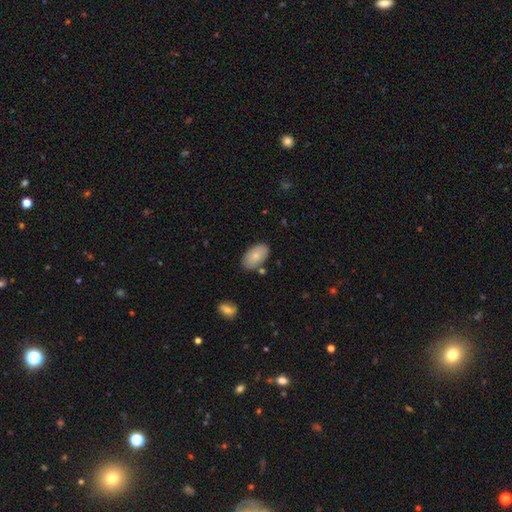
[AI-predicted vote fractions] smooth-or-featured: smooth: 80% | featured or disk: 14% | star or artifact: 6%
  how-rounded: in between: 95% | round: 4% | cigar-shaped: 1%
  merging: none: 79% | minor disturbance: 14% | merger: 4% | major disturbance: 3%